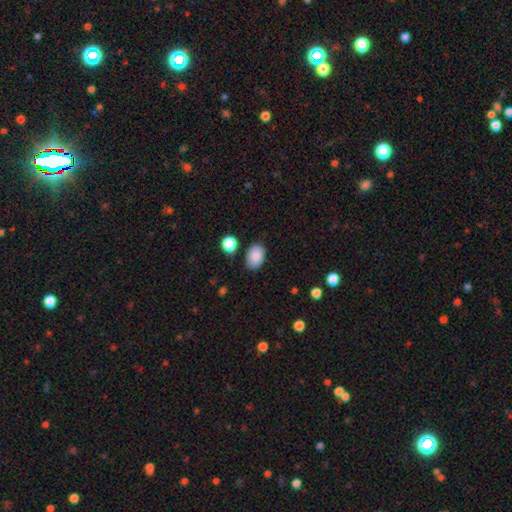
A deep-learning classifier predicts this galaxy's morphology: Smooth or featured?
  - smooth: 88% *
  - star or artifact: 7%
  - featured or disk: 4%
How rounded?
  - in between: 85% *
  - round: 14%
  - cigar-shaped: 1%
Merging?
  - none: 77% *
  - minor disturbance: 16%
  - merger: 3%
  - major disturbance: 3%